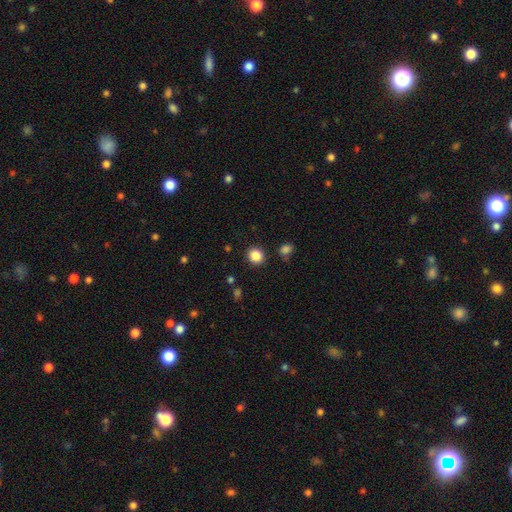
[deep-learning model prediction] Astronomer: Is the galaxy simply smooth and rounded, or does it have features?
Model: smooth — 86%.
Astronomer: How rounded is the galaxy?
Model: round — 85%.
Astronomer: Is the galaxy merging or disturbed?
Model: none — 88%.